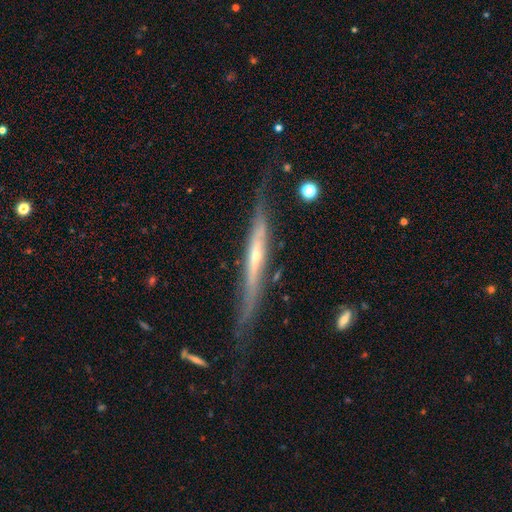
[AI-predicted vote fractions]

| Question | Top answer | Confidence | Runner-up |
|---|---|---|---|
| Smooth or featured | featured or disk | 79% | smooth (15%) |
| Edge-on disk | yes | 92% | no (8%) |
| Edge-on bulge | rounded | 58% | none (38%) |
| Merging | none | 68% | minor disturbance (23%) |